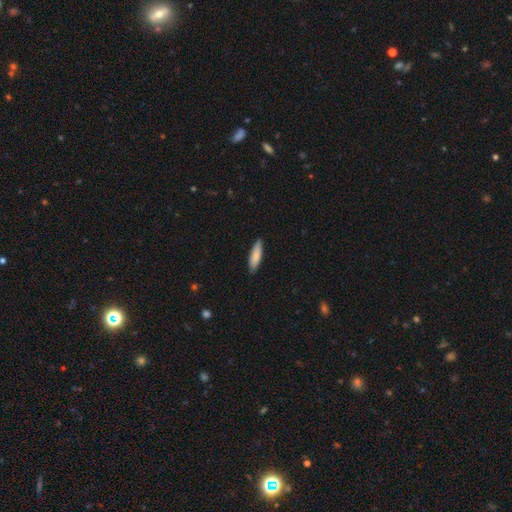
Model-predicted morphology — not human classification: type=smooth (85%); roundness=cigar-shaped (67%); merging=none (86%).